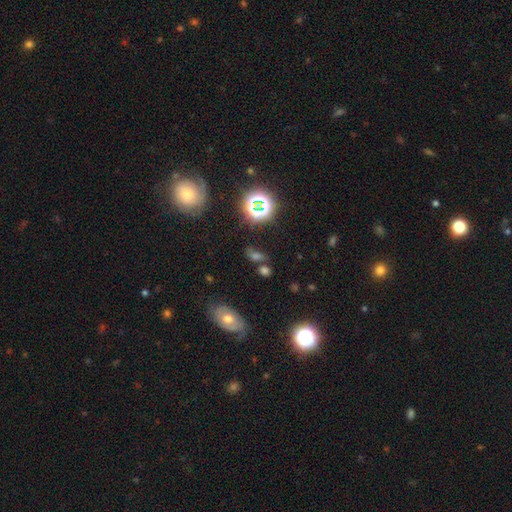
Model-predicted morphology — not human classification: The model was most divided on "smooth or featured": smooth: 42%, star or artifact: 40%, featured or disk: 18%. More confident: merging — none (60%).